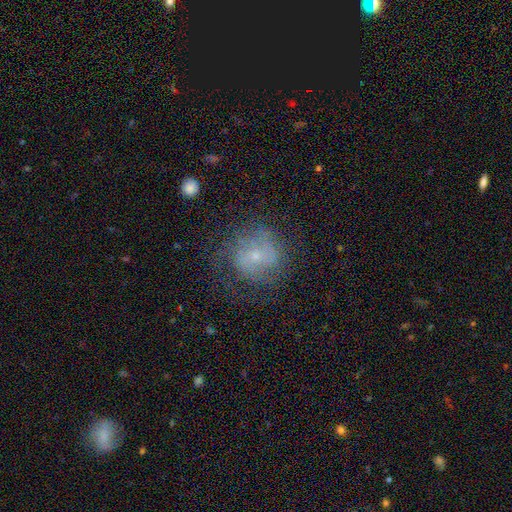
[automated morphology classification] A featured or disk galaxy (51%).

Vote fractions:
- Smooth or featured? featured or disk: 51% / smooth: 37% / star or artifact: 12%
- Edge-on disk? no: 97% / yes: 3%
- Merging? none: 62% / minor disturbance: 21% / major disturbance: 16% / merger: 1%